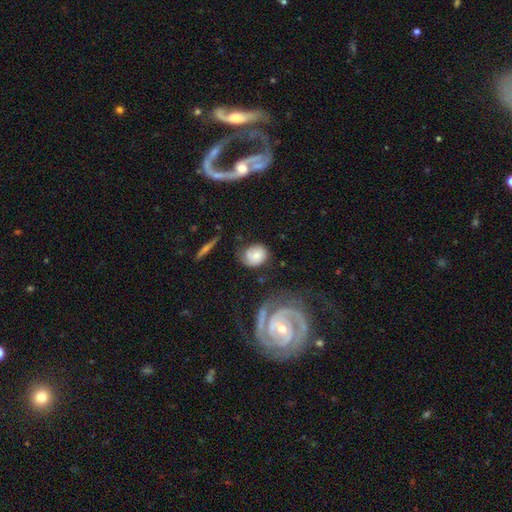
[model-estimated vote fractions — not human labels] Smooth or featured? smooth (59%)
How rounded? round (70%)
Merging? none (60%)